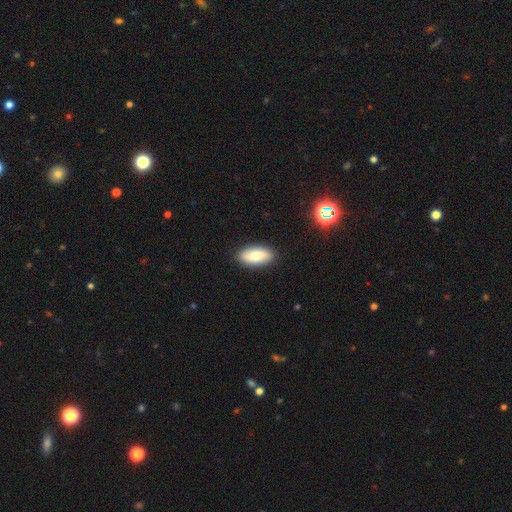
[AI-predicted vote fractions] Smooth or featured? smooth (75%)
How rounded? in between (90%)
Merging? none (89%)